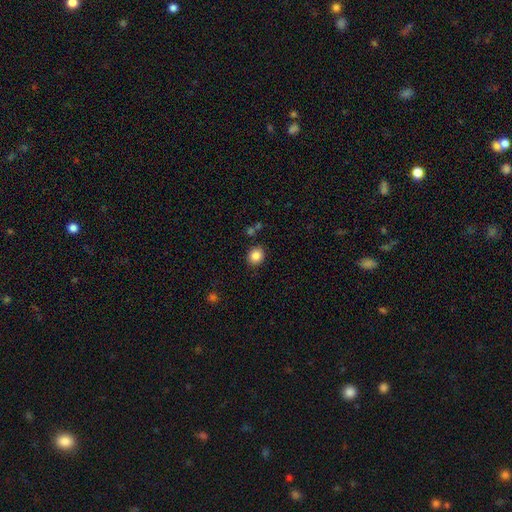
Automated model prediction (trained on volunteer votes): Q: Smooth or featured?
A: smooth (86%); runner-up: star or artifact (10%)
Q: How rounded?
A: round (78%); runner-up: in between (21%)
Q: Merging?
A: none (87%); runner-up: minor disturbance (8%)